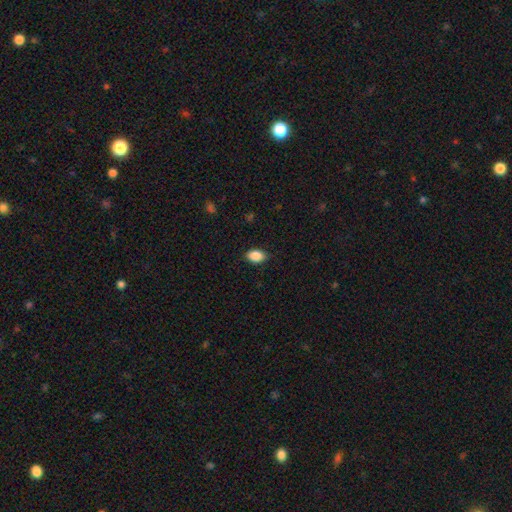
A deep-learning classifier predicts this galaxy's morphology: Smooth or featured: smooth — 88% (star or artifact — 8%)
How rounded: in between — 86% (round — 12%)
Merging: none — 85% (minor disturbance — 12%)